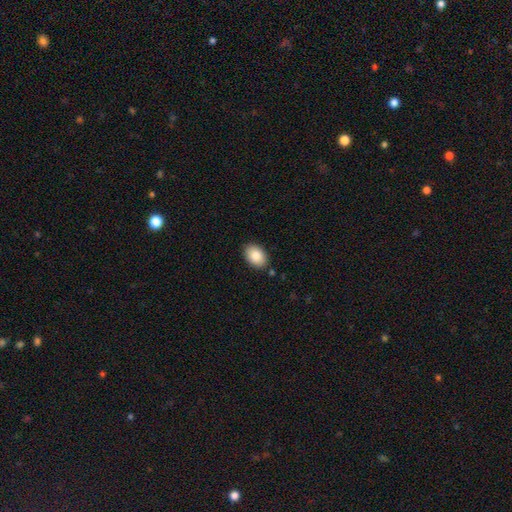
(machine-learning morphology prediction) Overall: smooth (85%). How rounded: in between (85%). Merging: none (86%).